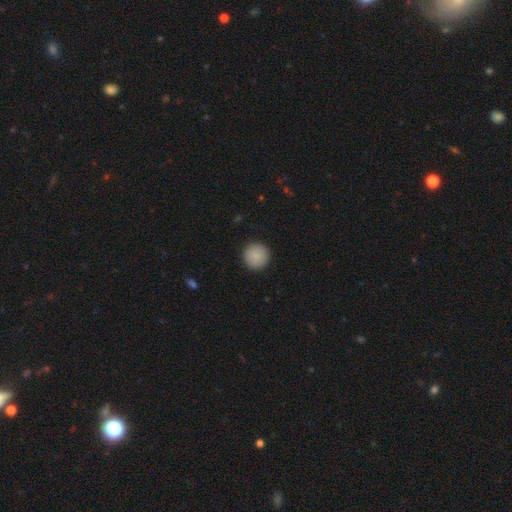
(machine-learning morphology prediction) A smooth galaxy with no disk features (88%) that is round (95%). Merging: none (93%).